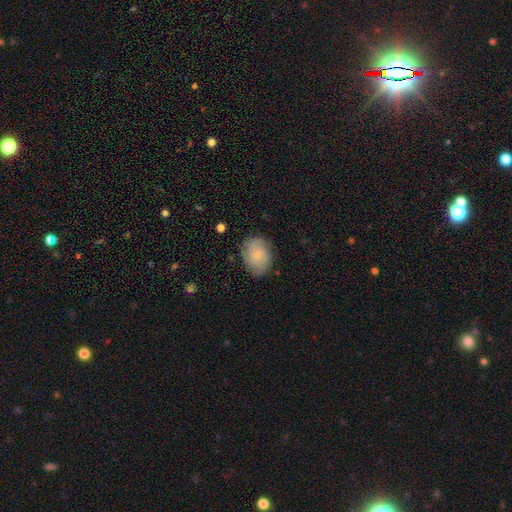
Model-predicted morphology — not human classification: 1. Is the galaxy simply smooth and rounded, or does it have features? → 68% smooth, 24% featured or disk, 8% star or artifact.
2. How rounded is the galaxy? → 67% in between, 32% round, 1% cigar-shaped.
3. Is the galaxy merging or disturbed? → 78% none, 17% minor disturbance, 4% major disturbance, 1% merger.